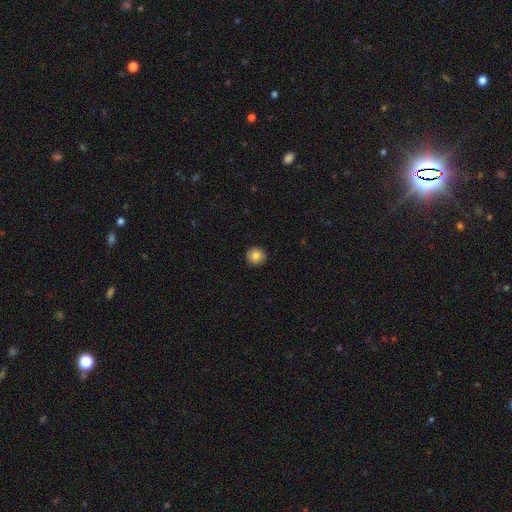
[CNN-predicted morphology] Smooth or featured: smooth — 83% (star or artifact — 9%)
How rounded: round — 93% (in between — 6%)
Merging: none — 91% (minor disturbance — 6%)